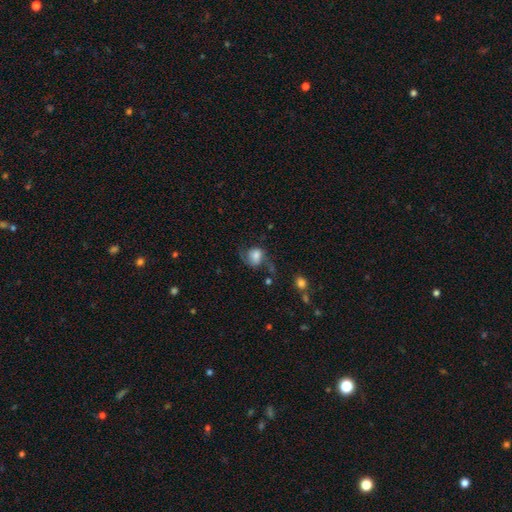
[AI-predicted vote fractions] This appears to be a smooth galaxy with no disk features (52%) that is round (55%). Merging: none (45%).